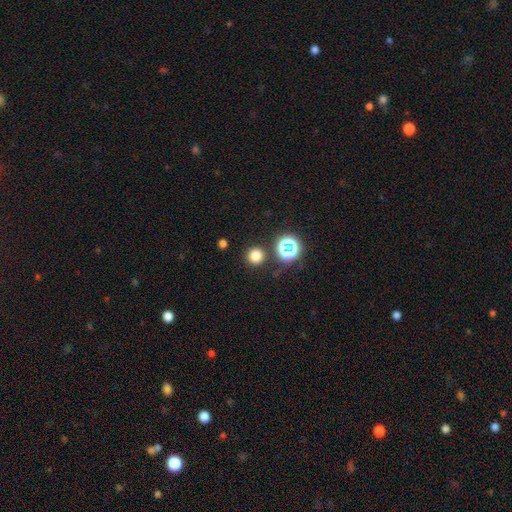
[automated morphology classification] This appears to be a smooth galaxy with no disk features (76%) that is round (95%). Merging: none (89%).